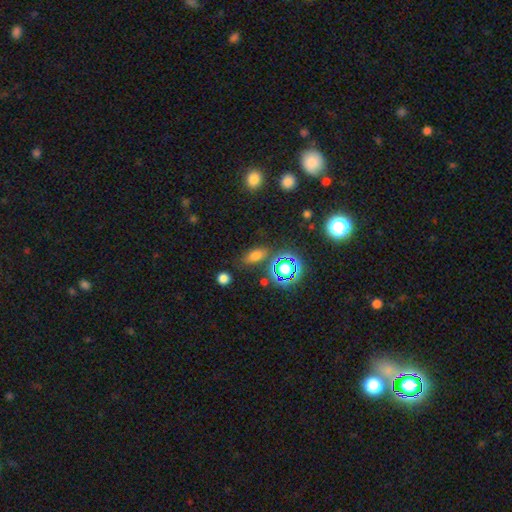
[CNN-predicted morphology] Smooth or featured?
  - smooth: 65% *
  - star or artifact: 24%
  - featured or disk: 10%
How rounded?
  - in between: 78% *
  - round: 11%
  - cigar-shaped: 11%
Merging?
  - none: 77% *
  - minor disturbance: 13%
  - merger: 5%
  - major disturbance: 5%